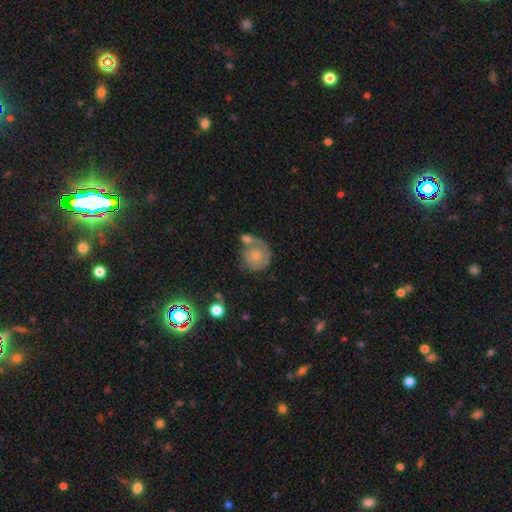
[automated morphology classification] A smooth galaxy with no disk features (56%) that is round (86%).

Vote fractions:
- Smooth or featured? smooth: 56% / featured or disk: 37% / star or artifact: 7%
- How rounded? round: 86% / in between: 13% / cigar-shaped: 1%
- Merging? none: 40% / merger: 33% / minor disturbance: 18% / major disturbance: 10%